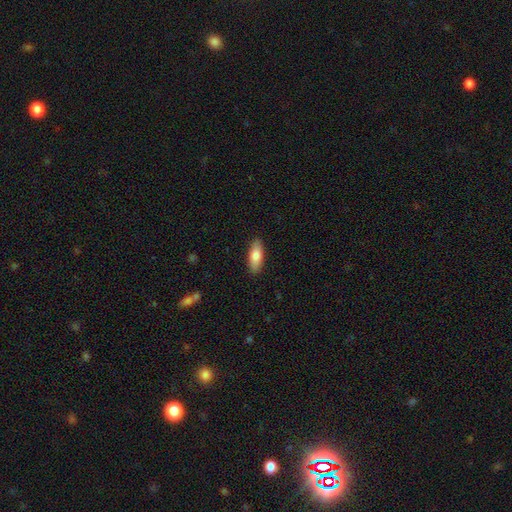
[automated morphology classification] A smooth galaxy with no disk features (80%) that is in between round and cigar-shaped (70%).

Vote fractions:
- Smooth or featured? smooth: 80% / featured or disk: 14% / star or artifact: 6%
- How rounded? in between: 70% / cigar-shaped: 28% / round: 2%
- Merging? none: 89% / minor disturbance: 8% / major disturbance: 2% / merger: 1%